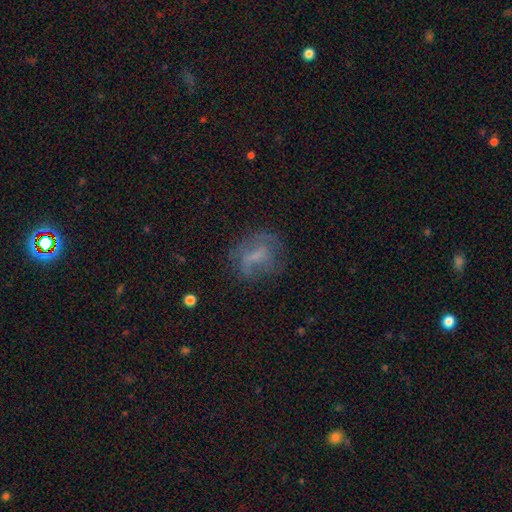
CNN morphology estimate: A featured or disk galaxy (47%).

Vote fractions:
- Smooth or featured? featured or disk: 47% / smooth: 40% / star or artifact: 13%
- Merging? none: 56% / minor disturbance: 22% / major disturbance: 20% / merger: 2%